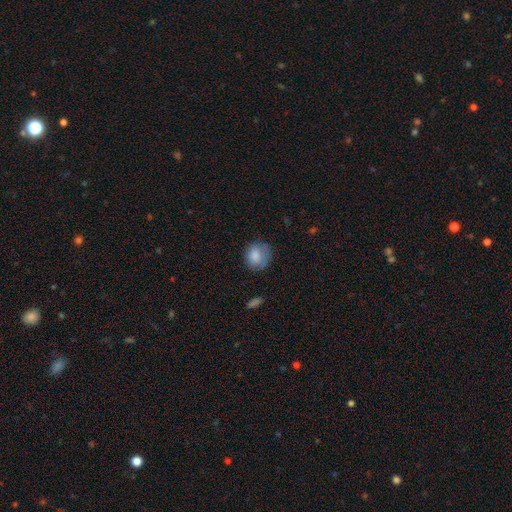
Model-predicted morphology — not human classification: smooth_or_featured: smooth (p=0.81) [alt: featured or disk p=0.10]
how_rounded: round (p=0.73) [alt: in between p=0.26]
merging: none (p=0.67) [alt: minor disturbance p=0.23]